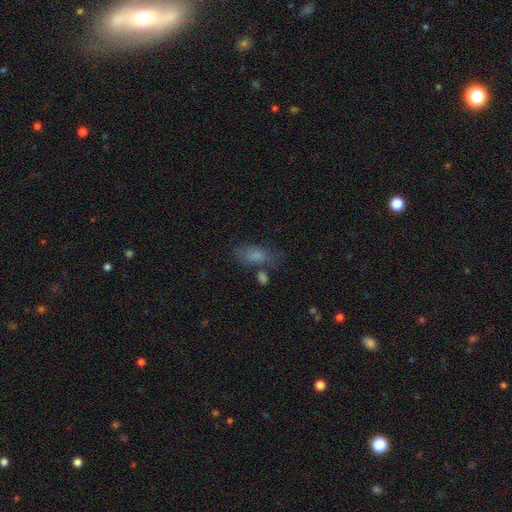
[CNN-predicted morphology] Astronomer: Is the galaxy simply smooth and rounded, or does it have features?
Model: smooth — 71%.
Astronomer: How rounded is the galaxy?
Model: in between — 83%.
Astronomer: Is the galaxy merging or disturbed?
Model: none — 52%.